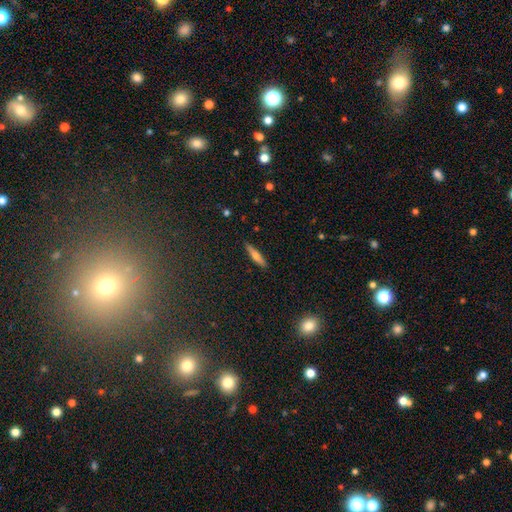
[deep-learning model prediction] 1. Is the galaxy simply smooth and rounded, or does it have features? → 58% smooth, 34% featured or disk, 8% star or artifact.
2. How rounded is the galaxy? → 84% cigar-shaped, 14% in between, 2% round.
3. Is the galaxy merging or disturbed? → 89% none, 8% minor disturbance, 2% major disturbance, 1% merger.